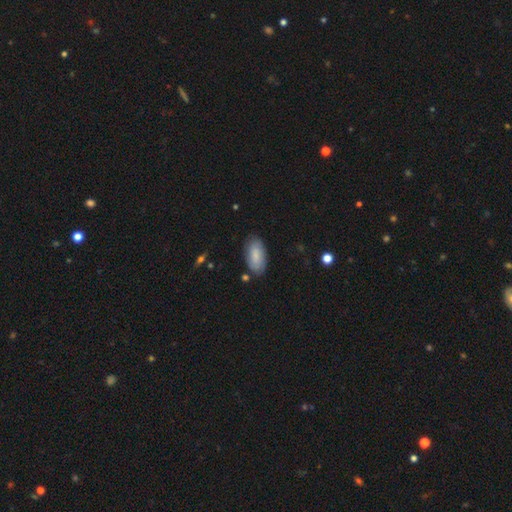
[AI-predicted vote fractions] A smooth galaxy with no disk features (81%) that is in between round and cigar-shaped (92%).

Vote fractions:
- Smooth or featured? smooth: 81% / featured or disk: 13% / star or artifact: 6%
- How rounded? in between: 92% / cigar-shaped: 6% / round: 2%
- Merging? none: 81% / minor disturbance: 14% / major disturbance: 3% / merger: 2%